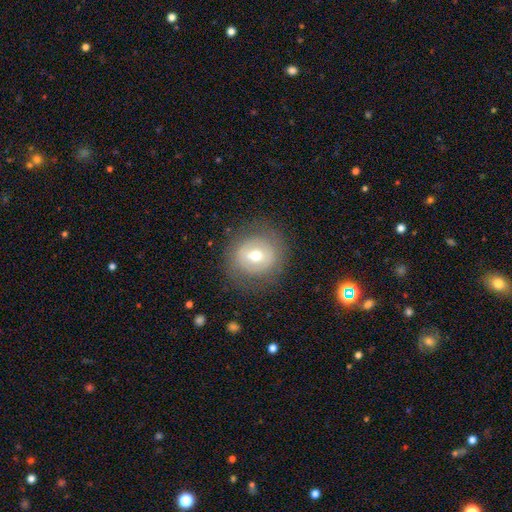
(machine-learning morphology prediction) type=smooth (48%); merging=none (79%).